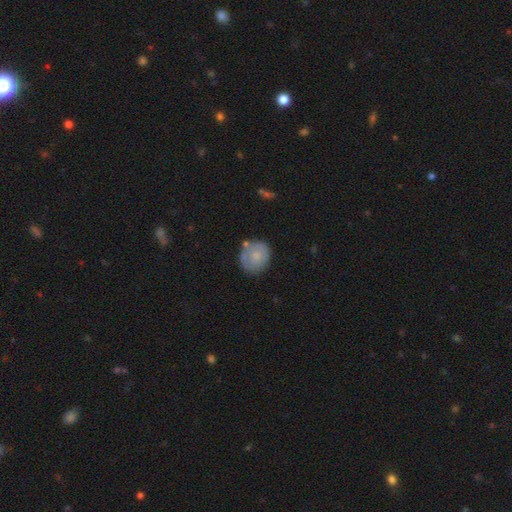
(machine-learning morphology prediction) Overall: smooth (66%; featured or disk 27%). How rounded: round (79%). Merging: none (67%).